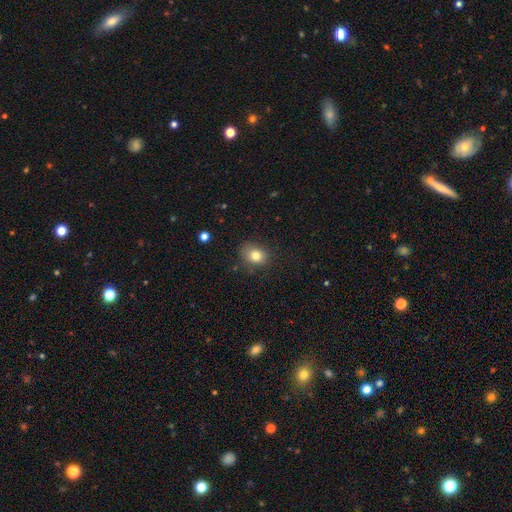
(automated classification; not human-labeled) A smooth galaxy with no disk features (79%) that is round (53%). Merging: none (79%).